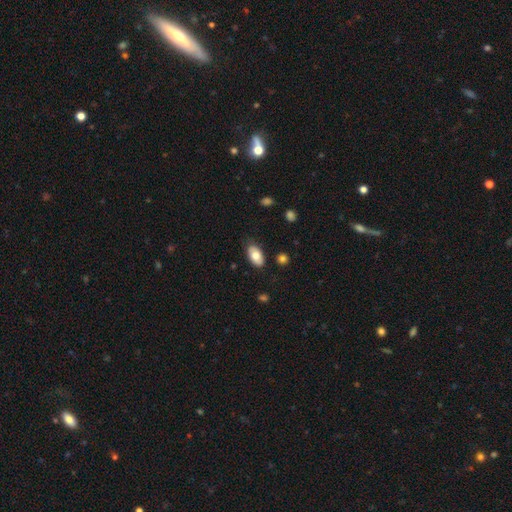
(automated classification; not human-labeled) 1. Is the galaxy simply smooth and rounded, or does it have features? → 74% smooth, 20% featured or disk, 6% star or artifact.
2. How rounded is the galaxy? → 94% in between, 4% round, 2% cigar-shaped.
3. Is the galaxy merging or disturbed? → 79% none, 16% minor disturbance, 3% major disturbance, 2% merger.